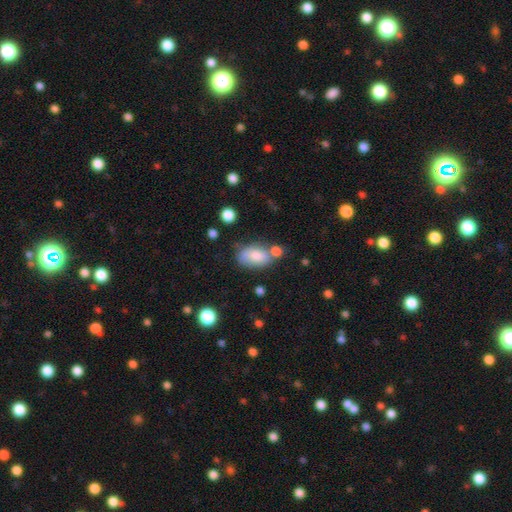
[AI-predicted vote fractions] smooth 76%, featured or disk 15%, star or artifact 8%. Down the decision tree: how rounded — in between (89%); merging — none (45%).